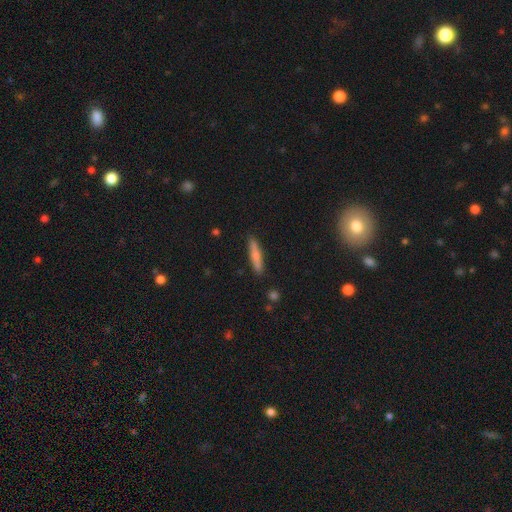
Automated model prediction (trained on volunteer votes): This is likely a smooth galaxy (67%). How rounded: clearly cigar-shaped (89%). Merging: clearly none (88%).